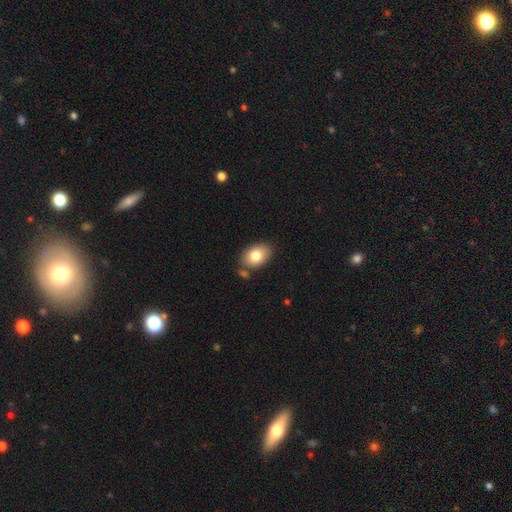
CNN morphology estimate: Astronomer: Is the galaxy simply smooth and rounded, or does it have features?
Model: smooth — 80%.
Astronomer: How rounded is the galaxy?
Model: in between — 84%.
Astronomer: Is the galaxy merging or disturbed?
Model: none — 76%.